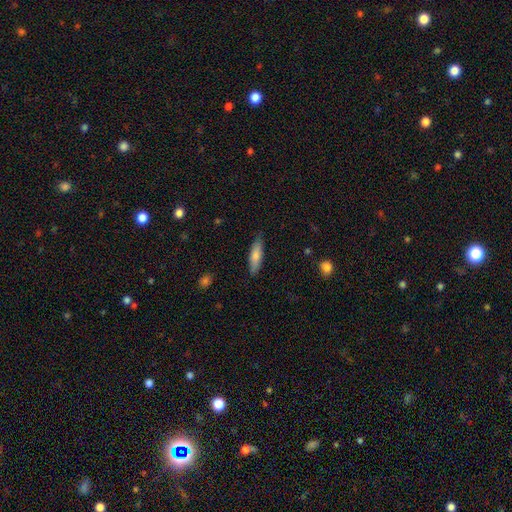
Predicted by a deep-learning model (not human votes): This appears to be a smooth galaxy with no disk features (77%) that is cigar-shaped (62%). Merging: none (84%).